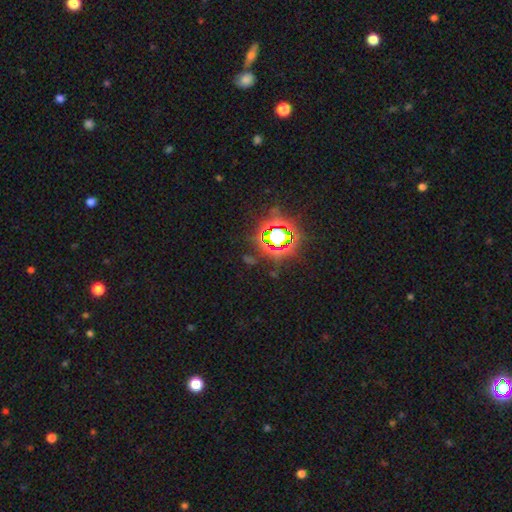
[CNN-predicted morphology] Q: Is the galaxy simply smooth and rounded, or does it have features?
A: star or artifact — 81%.